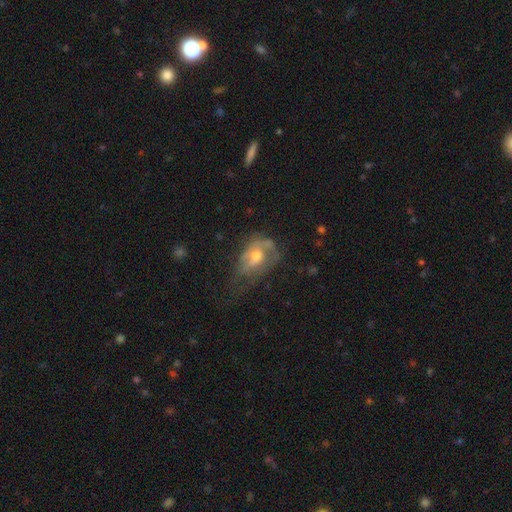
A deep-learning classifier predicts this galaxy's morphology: Smooth or featured? Predicted: featured or disk (p=0.59). Edge-on disk? Predicted: no (p=0.95). Bar? Predicted: no (p=0.69). Spiral arms? Predicted: yes (p=0.59). Bulge size? Predicted: moderate (p=0.68). Merging? Predicted: major disturbance (p=0.36).